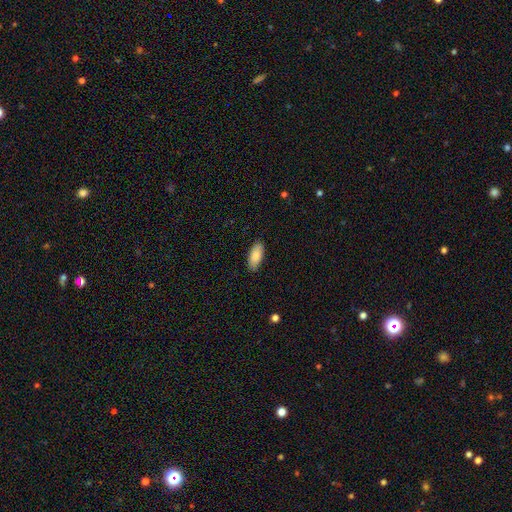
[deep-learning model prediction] Smooth or featured?
  - smooth: 87% *
  - featured or disk: 7%
  - star or artifact: 6%
How rounded?
  - in between: 89% *
  - cigar-shaped: 10%
  - round: 2%
Merging?
  - none: 88% *
  - minor disturbance: 10%
  - major disturbance: 2%
  - merger: 1%